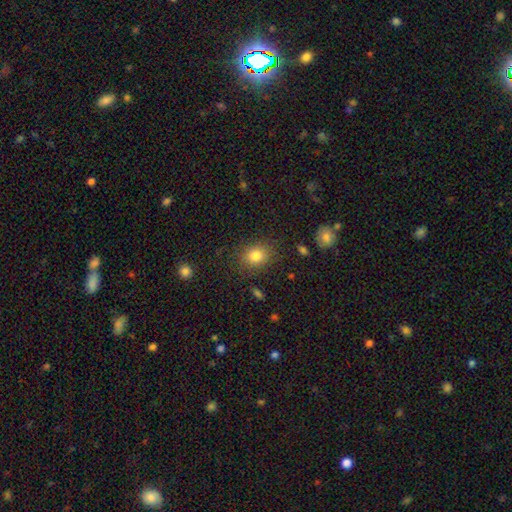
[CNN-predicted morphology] smooth 82%, star or artifact 11%, featured or disk 7%. Down the decision tree: how rounded — round (57%); merging — none (82%).